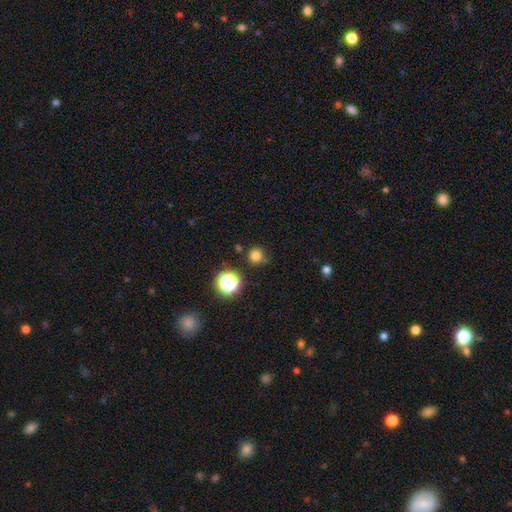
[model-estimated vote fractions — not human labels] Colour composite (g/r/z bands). It shows a smooth galaxy with no disk features (78%) that is round (93%). Merging: none (79%).